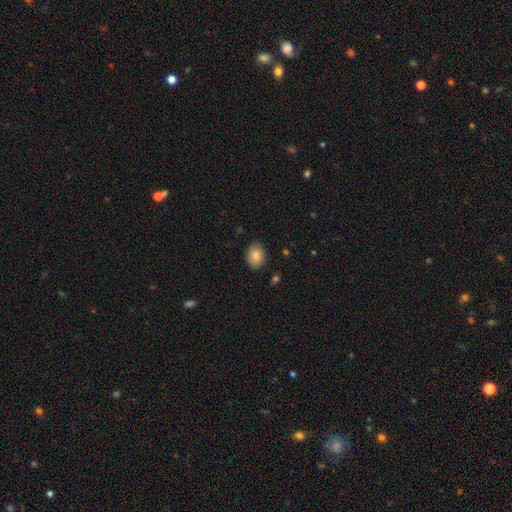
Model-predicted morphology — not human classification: A smooth galaxy with no disk features (85%) that is in between round and cigar-shaped (69%). Merging: none (85%).